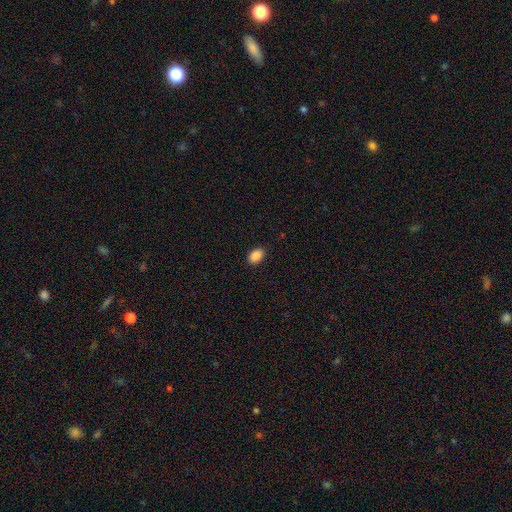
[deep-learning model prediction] Smooth or featured?
  - smooth: 89% *
  - star or artifact: 8%
  - featured or disk: 3%
How rounded?
  - in between: 87% *
  - round: 12%
  - cigar-shaped: 1%
Merging?
  - none: 90% *
  - minor disturbance: 7%
  - major disturbance: 2%
  - merger: 1%